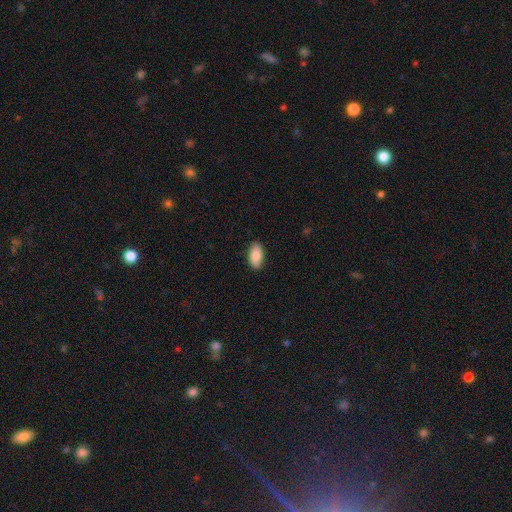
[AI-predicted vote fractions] Smooth or featured: smooth — 86% (featured or disk — 8%)
How rounded: in between — 92% (cigar-shaped — 5%)
Merging: none — 86% (minor disturbance — 11%)